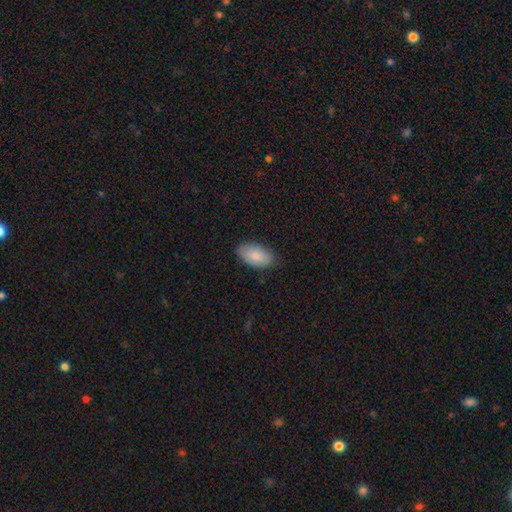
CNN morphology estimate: The model was most divided on "merging": none: 83%, minor disturbance: 13%, major disturbance: 3%, merger: 1%. More confident: how rounded — in between (95%); smooth or featured — smooth (87%).